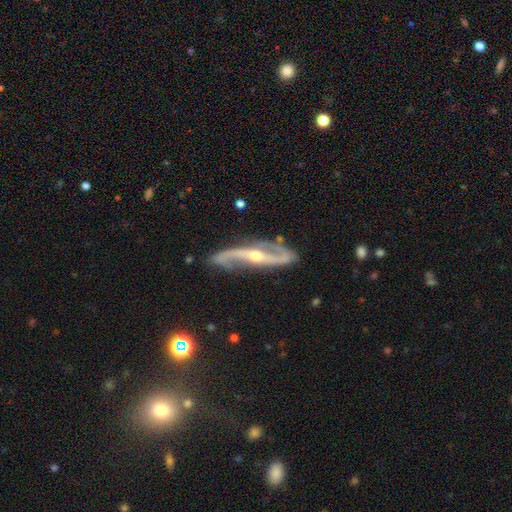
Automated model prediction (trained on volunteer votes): Smooth or featured?
  - featured or disk: 91% *
  - star or artifact: 5%
  - smooth: 4%
Edge-on disk?
  - no: 84% *
  - yes: 16%
Bar?
  - strong: 39% *
  - no: 33%
  - weak: 28%
Spiral arms?
  - yes: 97% *
  - no: 3%
Spiral winding?
  - loose: 65% *
  - medium: 25%
  - tight: 10%
Spiral arm count?
  - 2: 93% *
  - can't tell: 2%
  - 1: 2%
  - 3: 1%
  - 4: 1%
  - more than 4: 1%
Bulge size?
  - small: 51% *
  - moderate: 45%
  - large: 2%
  - none: 1%
  - dominant: 1%
Merging?
  - none: 77% *
  - minor disturbance: 15%
  - major disturbance: 6%
  - merger: 2%